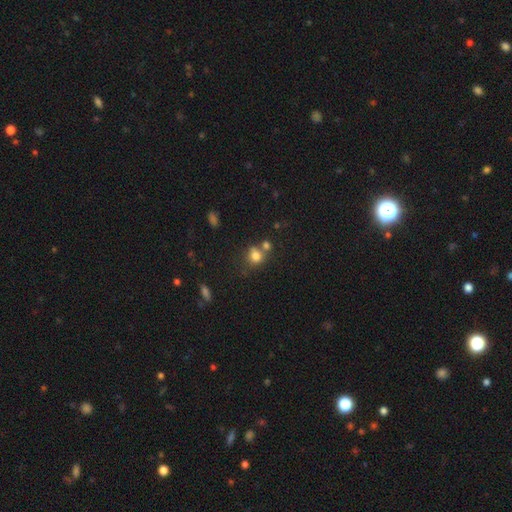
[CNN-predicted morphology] smooth-or-featured: smooth: 79% | star or artifact: 13% | featured or disk: 9%
  how-rounded: round: 69% | in between: 30% | cigar-shaped: 1%
  merging: none: 49% | merger: 34% | minor disturbance: 13% | major disturbance: 5%